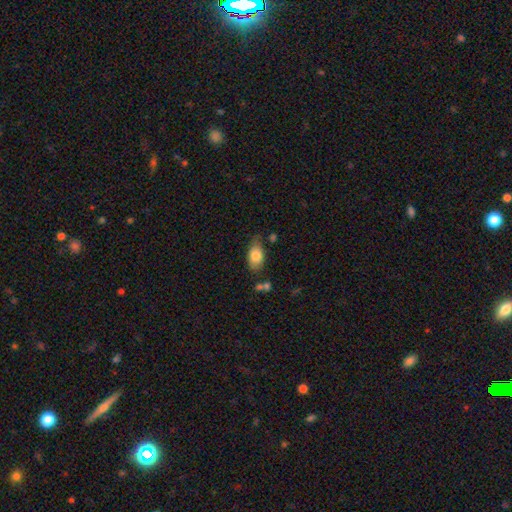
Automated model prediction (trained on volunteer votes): Q: Smooth or featured?
A: smooth (80%); runner-up: featured or disk (13%)
Q: How rounded?
A: in between (91%); runner-up: round (6%)
Q: Merging?
A: none (61%); runner-up: minor disturbance (27%)